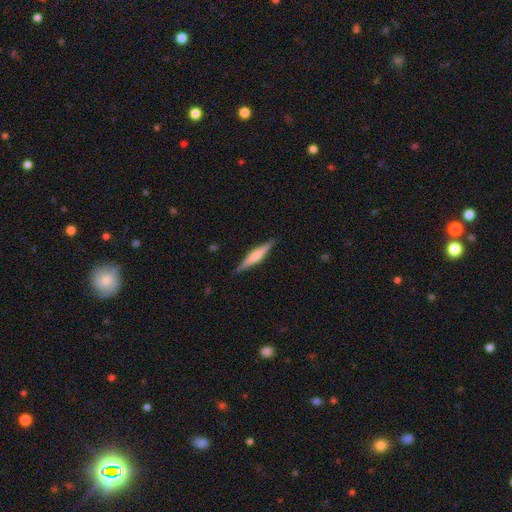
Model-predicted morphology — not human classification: This appears to be a featured or disk galaxy (58%) viewed edge-on (98%) with a rounded central bulge (61%). Merging: none (90%).